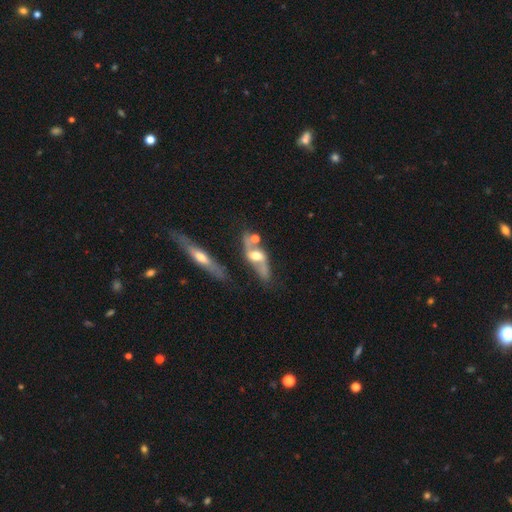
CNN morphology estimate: This is likely a featured or disk galaxy (72%). It is likely not viewed edge-on (69%). Merging: marginally none (44%).